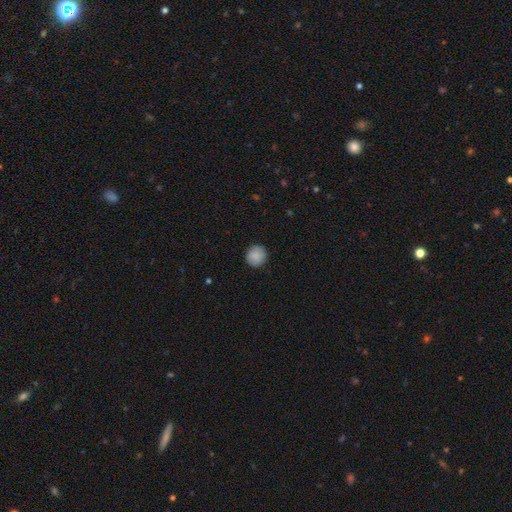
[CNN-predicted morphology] smooth_or_featured: smooth (p=0.85) [alt: star or artifact p=0.07]
how_rounded: round (p=0.87) [alt: in between p=0.12]
merging: none (p=0.87) [alt: minor disturbance p=0.09]